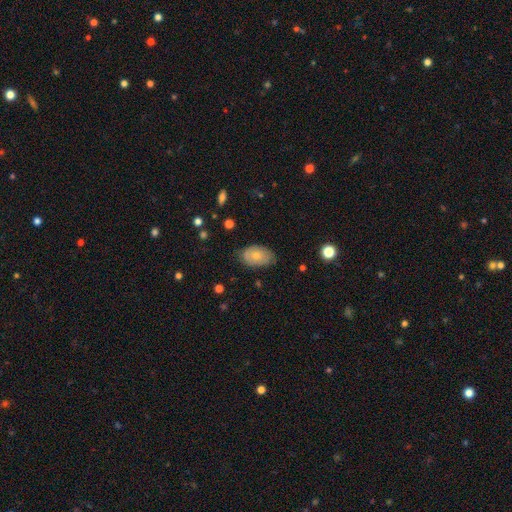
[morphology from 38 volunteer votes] smooth_or_featured: smooth (p=0.58) [alt: featured or disk p=0.39]
how_rounded: in between (p=0.95) [alt: round p=0.05]
merging: none (p=0.73) [alt: minor disturbance p=0.24]